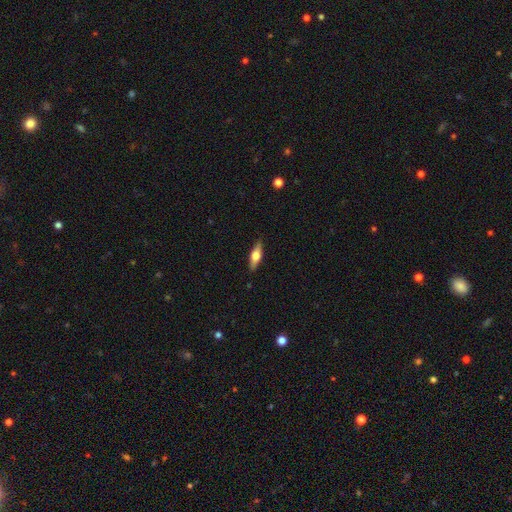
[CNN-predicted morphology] Overall: smooth (54%; featured or disk 40%). How rounded: in between (51%; cigar-shaped 45%). Merging: none (86%).